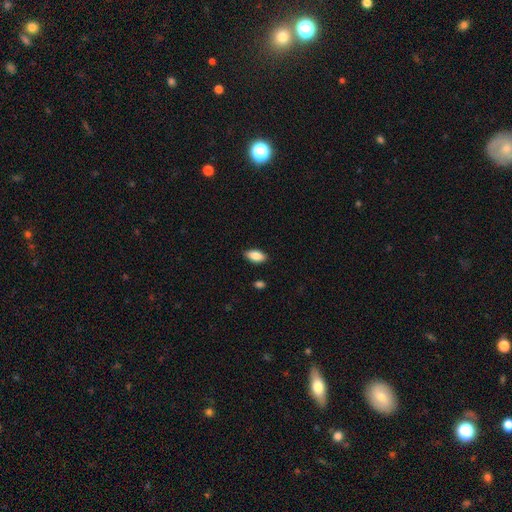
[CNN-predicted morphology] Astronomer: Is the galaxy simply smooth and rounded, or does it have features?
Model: smooth — 86%.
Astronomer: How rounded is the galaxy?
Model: in between — 92%.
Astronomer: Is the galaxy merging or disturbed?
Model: none — 87%.